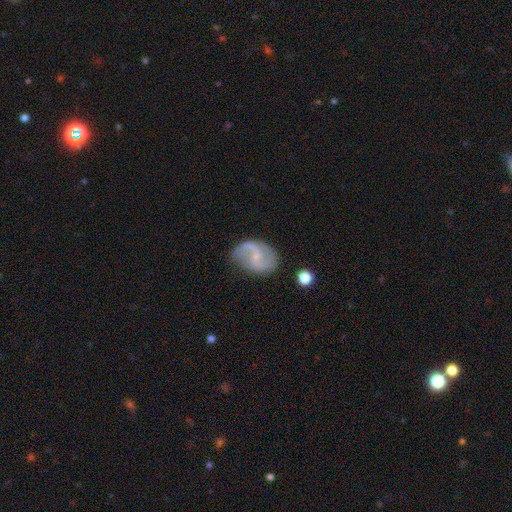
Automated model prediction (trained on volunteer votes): A featured or disk galaxy (81%) with a weak bar (45%), 2 (89%) loose (47%) spiral arms (94%) and a small central bulge (73%). Merging: none (71%).